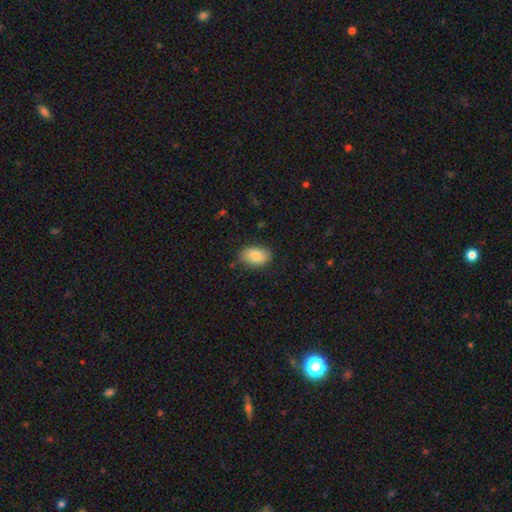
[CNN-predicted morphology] smooth_or_featured: smooth (p=0.84) [alt: featured or disk p=0.09]
how_rounded: in between (p=0.87) [alt: round p=0.11]
merging: none (p=0.81) [alt: minor disturbance p=0.15]